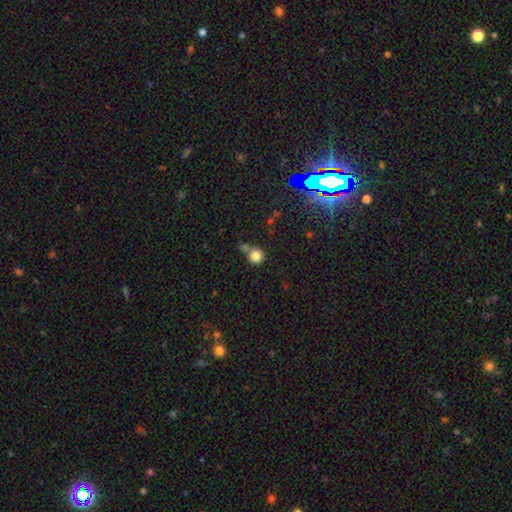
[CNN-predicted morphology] The model was most divided on "merging": none: 56%, merger: 27%, minor disturbance: 13%, major disturbance: 5%. More confident: how rounded — round (91%); smooth or featured — smooth (82%).